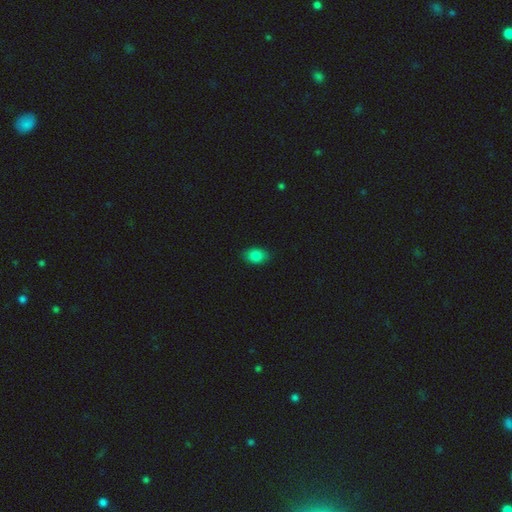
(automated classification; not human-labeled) A smooth galaxy with no disk features (85%) that is in between round and cigar-shaped (80%). Merging: none (87%).